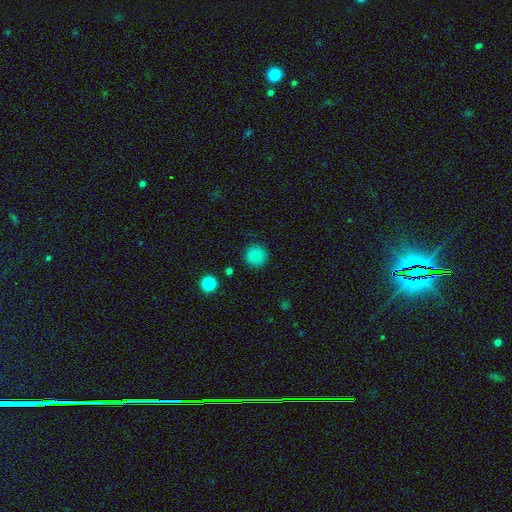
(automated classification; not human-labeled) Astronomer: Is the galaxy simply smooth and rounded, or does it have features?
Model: smooth — 83%.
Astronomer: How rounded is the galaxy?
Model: round — 95%.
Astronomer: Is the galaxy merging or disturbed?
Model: none — 90%.